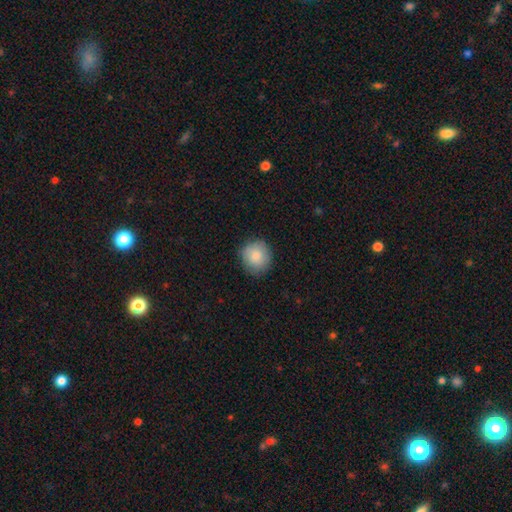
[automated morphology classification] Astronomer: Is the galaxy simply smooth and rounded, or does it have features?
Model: smooth — 85%.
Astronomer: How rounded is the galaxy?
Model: round — 88%.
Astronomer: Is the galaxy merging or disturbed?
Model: none — 85%.